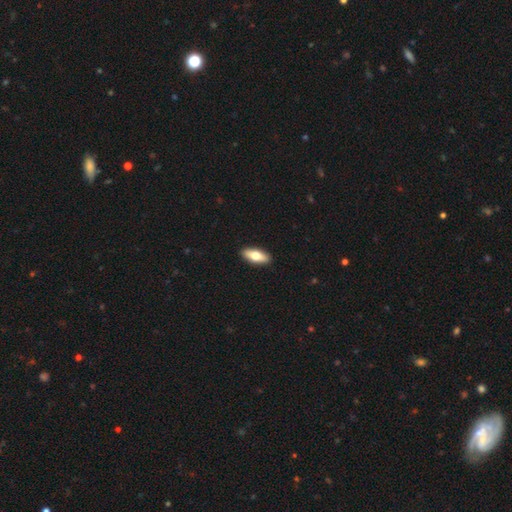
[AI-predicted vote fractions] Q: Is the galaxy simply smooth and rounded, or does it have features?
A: smooth — 69%.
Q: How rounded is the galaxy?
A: in between — 76%.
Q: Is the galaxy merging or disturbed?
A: none — 91%.